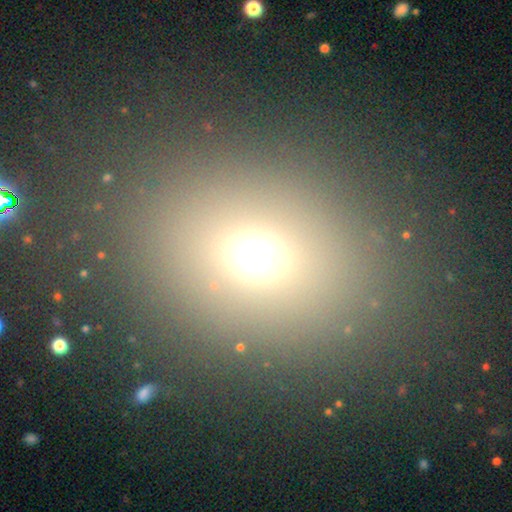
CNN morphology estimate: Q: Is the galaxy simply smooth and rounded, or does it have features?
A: smooth — 63%.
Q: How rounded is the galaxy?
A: round — 49%.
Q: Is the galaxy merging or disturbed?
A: none — 77%.